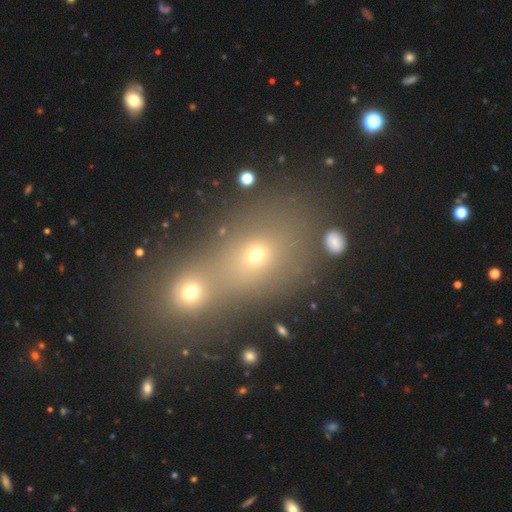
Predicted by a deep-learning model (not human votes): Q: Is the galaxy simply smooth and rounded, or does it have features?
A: smooth — 61%.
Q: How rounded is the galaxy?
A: round — 54%.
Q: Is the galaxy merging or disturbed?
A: merger — 60%.